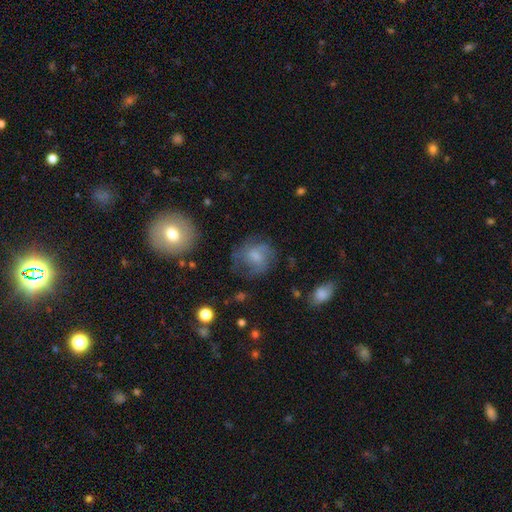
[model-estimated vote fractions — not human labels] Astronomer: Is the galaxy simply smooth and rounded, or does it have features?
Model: smooth — 48% (runner-up: featured or disk, 40%).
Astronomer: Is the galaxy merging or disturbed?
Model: none — 53%.